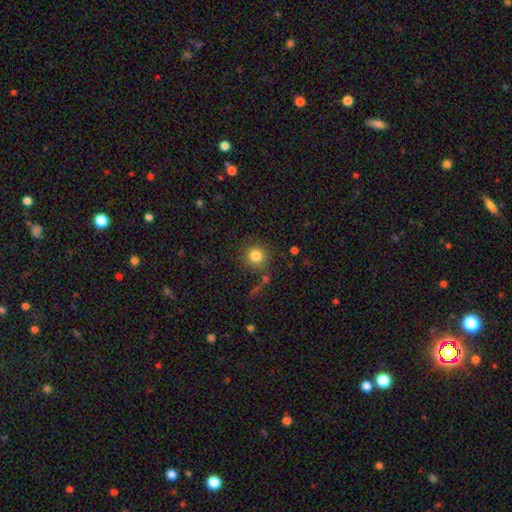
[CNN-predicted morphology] Q: Smooth or featured?
A: smooth (82%); runner-up: star or artifact (11%)
Q: How rounded?
A: round (92%); runner-up: in between (7%)
Q: Merging?
A: none (82%); runner-up: minor disturbance (9%)